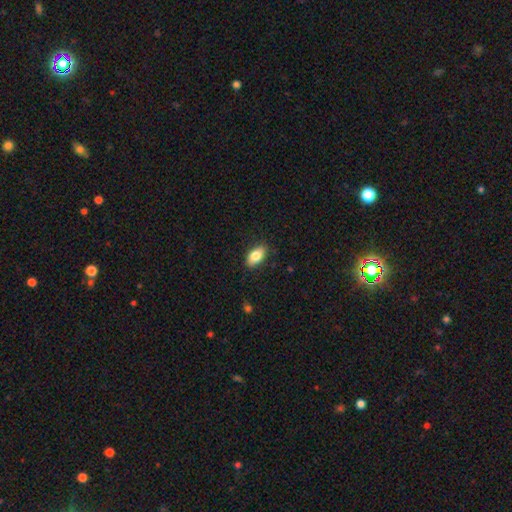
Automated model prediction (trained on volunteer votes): Smooth or featured? Predicted: smooth (p=0.83). How rounded? Predicted: in between (p=0.91). Merging? Predicted: none (p=0.85).